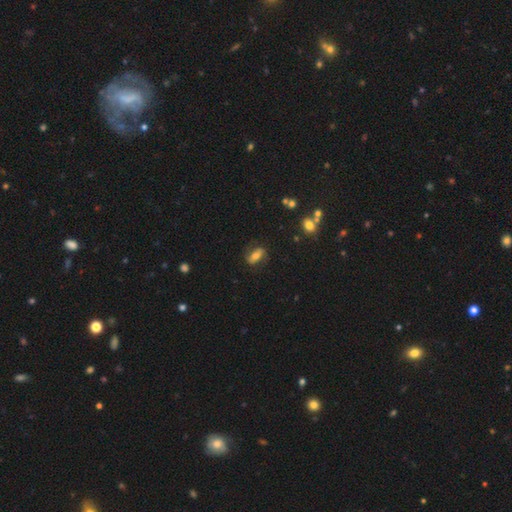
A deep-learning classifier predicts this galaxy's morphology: type=smooth (57%); roundness=in between (75%); merging=none (75%).